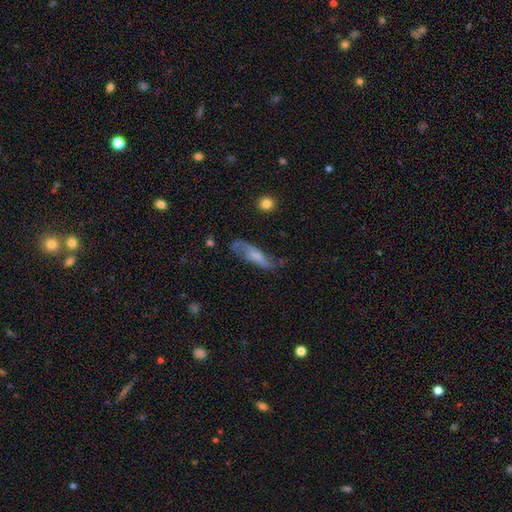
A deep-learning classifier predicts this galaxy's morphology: A featured or disk galaxy (48%). Merging: none (54%).